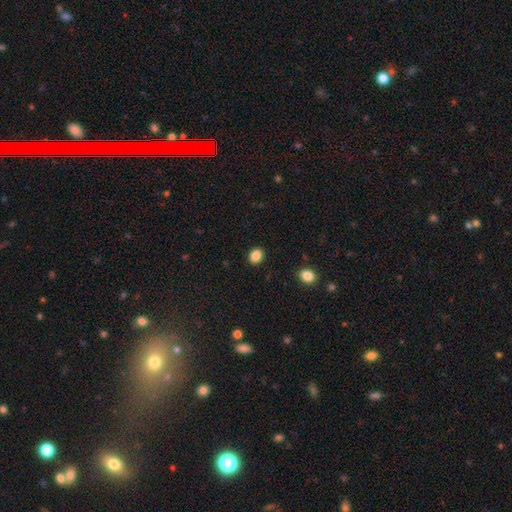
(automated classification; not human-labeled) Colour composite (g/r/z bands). It shows a smooth galaxy with no disk features (87%) that is round (58%). Merging: none (90%).